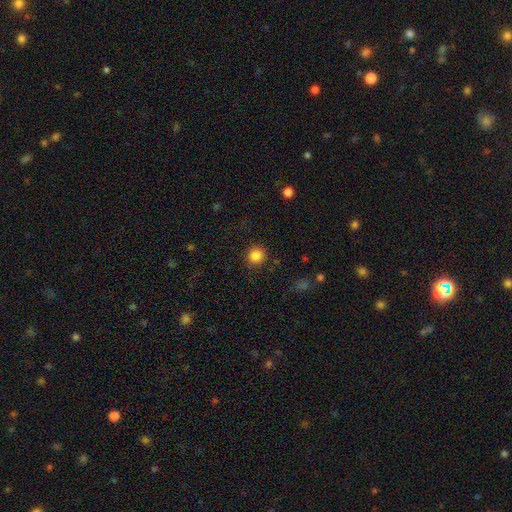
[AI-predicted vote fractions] smooth-or-featured: smooth: 86% | star or artifact: 11% | featured or disk: 4%
  how-rounded: round: 91% | in between: 8% | cigar-shaped: 1%
  merging: none: 88% | minor disturbance: 8% | major disturbance: 3% | merger: 1%